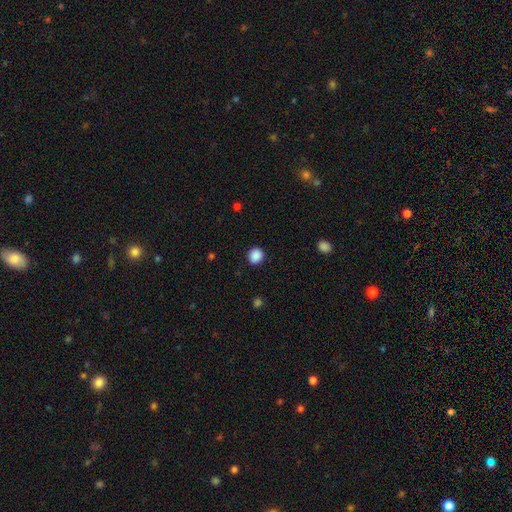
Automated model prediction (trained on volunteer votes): smooth 89%, star or artifact 9%, featured or disk 2%. Down the decision tree: how rounded — round (83%); merging — none (90%).